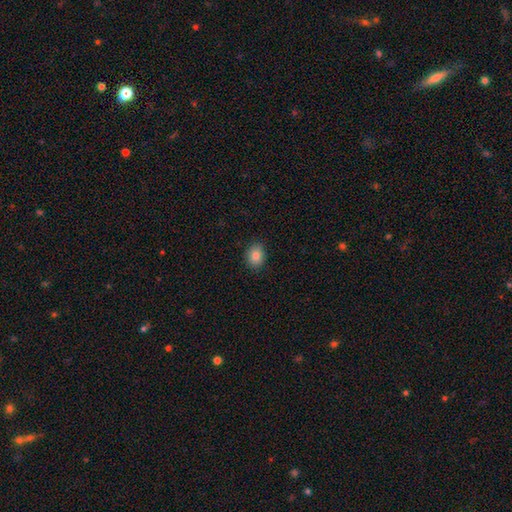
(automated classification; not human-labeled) Q: Smooth or featured?
A: smooth (84%); runner-up: star or artifact (10%)
Q: How rounded?
A: in between (53%); runner-up: round (46%)
Q: Merging?
A: none (88%); runner-up: minor disturbance (9%)